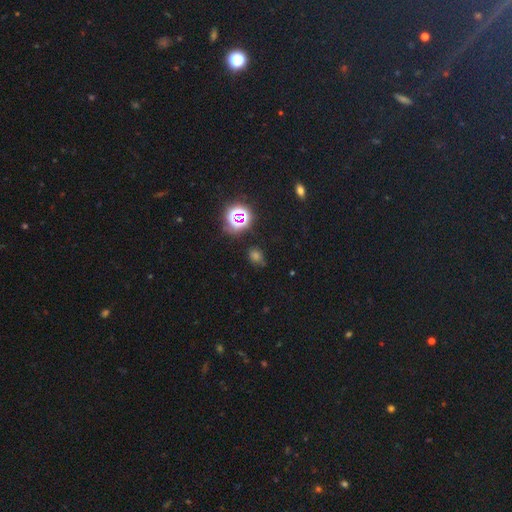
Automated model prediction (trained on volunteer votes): Q: Smooth or featured?
A: star or artifact (51%); runner-up: smooth (41%)